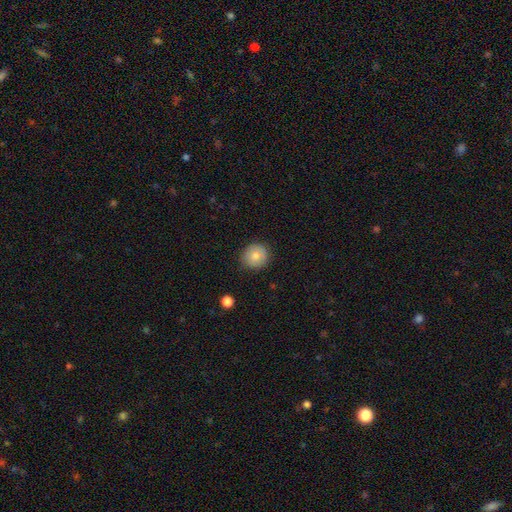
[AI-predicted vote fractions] Morphology: type=smooth (80%); roundness=round (87%); merging=none (85%).